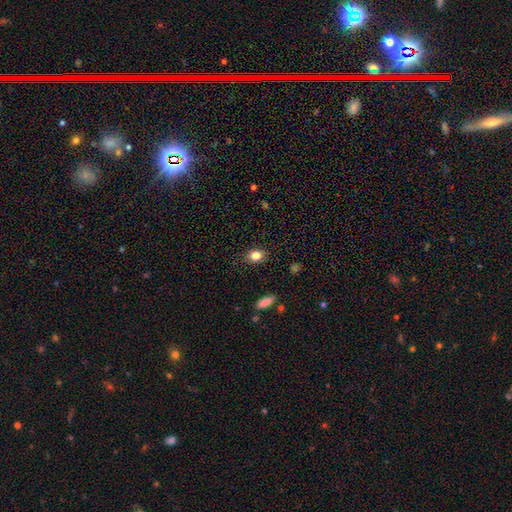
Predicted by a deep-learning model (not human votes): Smooth or featured? Predicted: smooth (p=0.82). How rounded? Predicted: in between (p=0.61). Merging? Predicted: none (p=0.87).